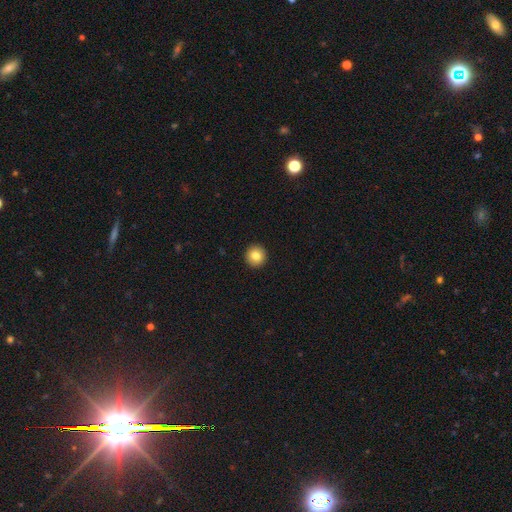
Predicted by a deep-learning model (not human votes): A smooth galaxy with no disk features (83%) that is round (95%).

Vote fractions:
- Smooth or featured? smooth: 83% / star or artifact: 9% / featured or disk: 8%
- How rounded? round: 95% / in between: 4% / cigar-shaped: 1%
- Merging? none: 94% / minor disturbance: 4% / major disturbance: 1% / merger: 1%